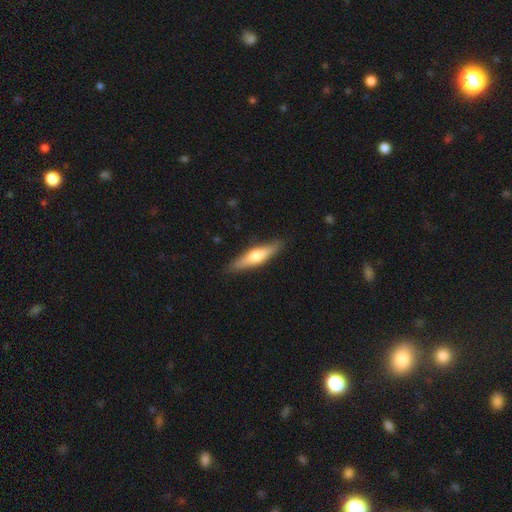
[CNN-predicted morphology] Smooth or featured? smooth (49%)
Merging? none (87%)